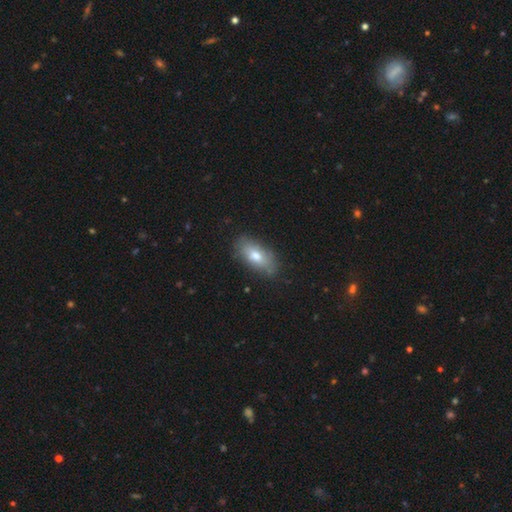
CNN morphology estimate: This appears to be a smooth galaxy with no disk features (73%) that is in between round and cigar-shaped (88%). Merging: none (80%).